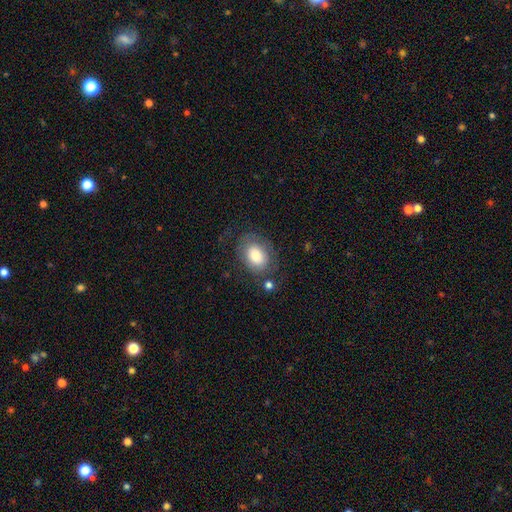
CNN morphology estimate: Smooth or featured?
  - smooth: 79% *
  - featured or disk: 14%
  - star or artifact: 7%
How rounded?
  - in between: 76% *
  - round: 23%
  - cigar-shaped: 1%
Merging?
  - none: 69% *
  - minor disturbance: 18%
  - major disturbance: 9%
  - merger: 3%